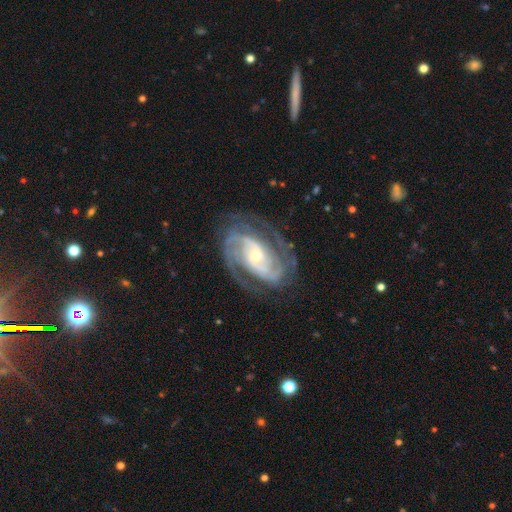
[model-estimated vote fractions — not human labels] Smooth or featured: featured or disk — 91% (star or artifact — 5%)
Edge-on disk: no — 97% (yes — 3%)
Bar: no — 50% (weak — 30%)
Spiral arms: yes — 97% (no — 3%)
Spiral winding: tight — 48% (medium — 42%)
Spiral arm count: 2 — 56% (3 — 20%)
Bulge size: small — 57% (moderate — 38%)
Merging: none — 73% (minor disturbance — 16%)